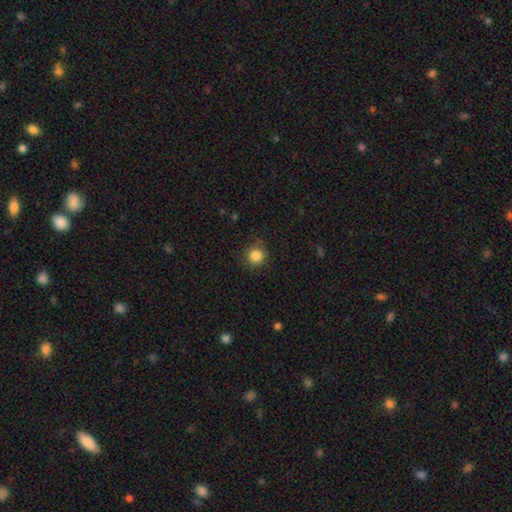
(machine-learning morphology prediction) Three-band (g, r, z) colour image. It shows a smooth galaxy with no disk features (85%) that is round (94%). Merging: none (87%).